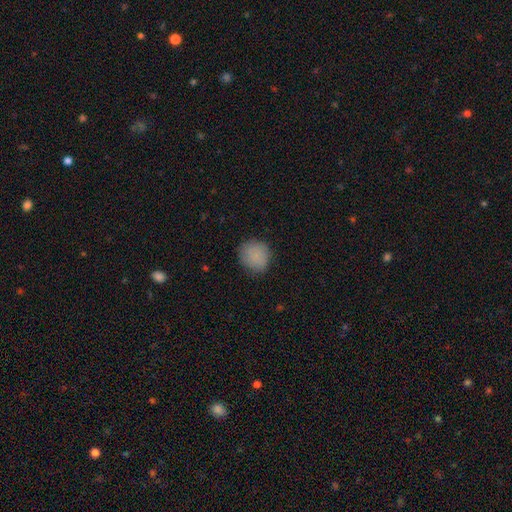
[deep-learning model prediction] Overall: smooth (86%). How rounded: round (86%). Merging: none (81%).